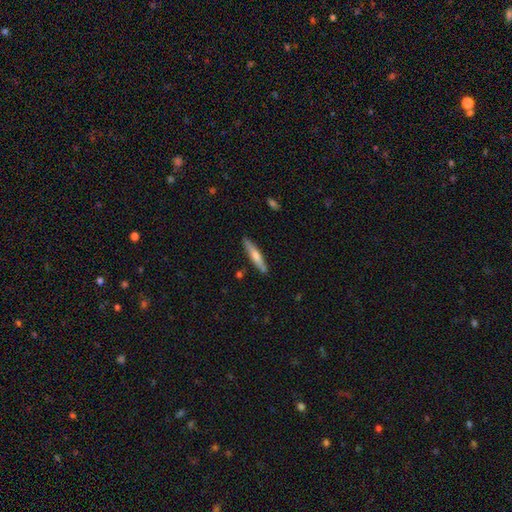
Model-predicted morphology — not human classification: Smooth or featured? Predicted: smooth (p=0.59). How rounded? Predicted: cigar-shaped (p=0.91). Merging? Predicted: none (p=0.87).